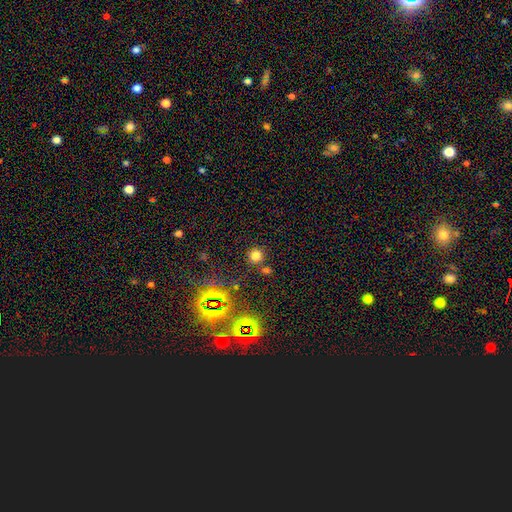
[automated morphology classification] Q: Smooth or featured?
A: smooth (72%); runner-up: star or artifact (22%)
Q: How rounded?
A: round (93%); runner-up: in between (6%)
Q: Merging?
A: none (80%); runner-up: merger (10%)